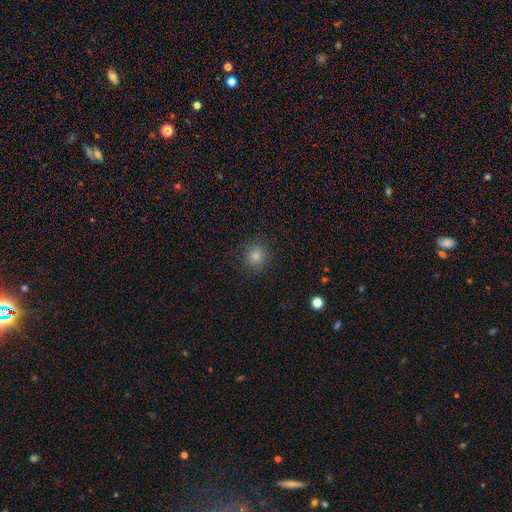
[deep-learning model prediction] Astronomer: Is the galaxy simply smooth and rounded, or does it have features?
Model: smooth — 79%.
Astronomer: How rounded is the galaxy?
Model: round — 93%.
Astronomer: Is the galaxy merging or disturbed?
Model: none — 91%.